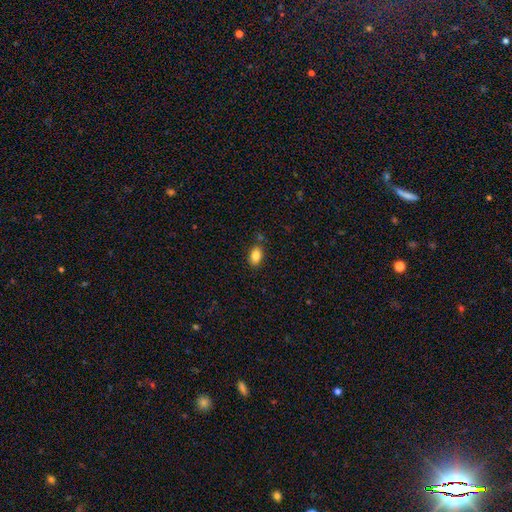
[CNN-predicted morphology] Overall: smooth (85%). How rounded: in between (88%). Merging: none (81%).